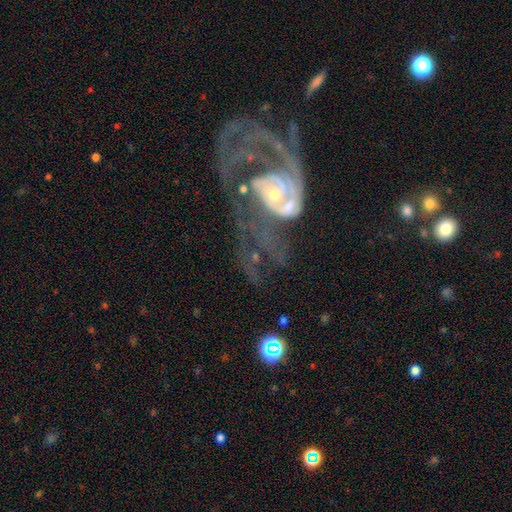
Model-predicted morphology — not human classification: This is clearly a featured or disk galaxy (81%). It is clearly not viewed edge-on (97%). Bar: likely no (71%). Spiral arm pattern: likely yes (80%). Spiral arm count: marginally 2 (42%). Spiral winding: marginally medium (38%). Central bulge: possibly small (47%). Merging: possibly major disturbance (46%).